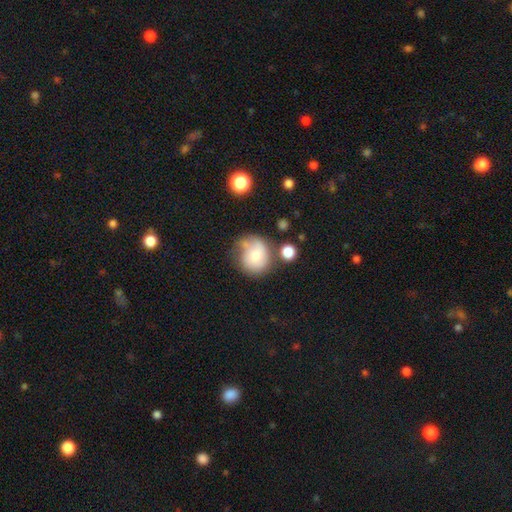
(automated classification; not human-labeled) A smooth galaxy with no disk features (64%) that is round (77%). Merging: none (44%).